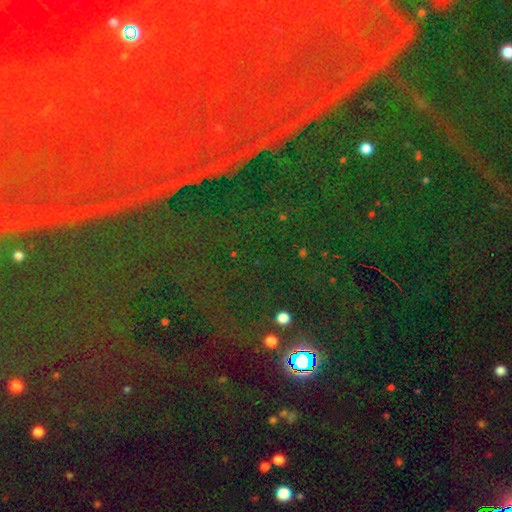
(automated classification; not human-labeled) A star or artifact, not a galaxy (85%).

Vote fractions:
- Smooth or featured? star or artifact: 85% / smooth: 8% / featured or disk: 8%